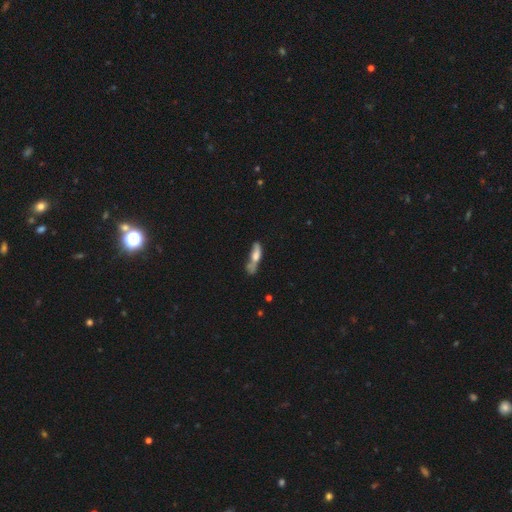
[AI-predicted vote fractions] Smooth or featured: smooth — 52% (featured or disk — 40%)
How rounded: cigar-shaped — 56% (in between — 40%)
Merging: none — 35% (minor disturbance — 24%)